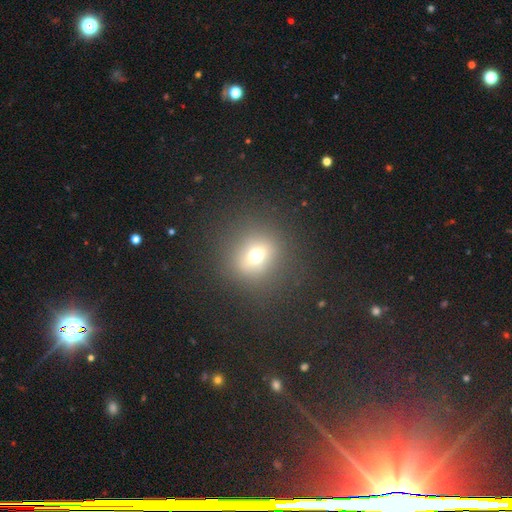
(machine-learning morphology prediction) Smooth or featured? smooth (65%)
How rounded? round (85%)
Merging? none (85%)